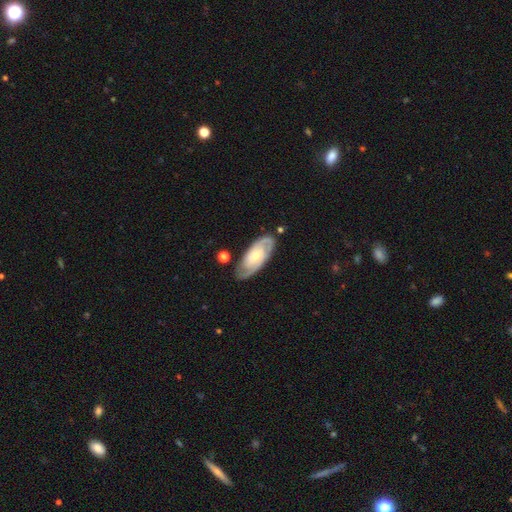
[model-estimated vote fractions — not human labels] A featured or disk galaxy (79%) with no bar (65%), 2 (71%) tight (60%) spiral arms (94%) and a small central bulge (48%).

Vote fractions:
- Smooth or featured? featured or disk: 79% / smooth: 16% / star or artifact: 5%
- Edge-on disk? no: 92% / yes: 8%
- Bar? no: 65% / weak: 27% / strong: 7%
- Spiral arms? yes: 94% / no: 6%
- Spiral winding? tight: 60% / medium: 33% / loose: 7%
- Spiral arm count? 2: 71% / can't tell: 15% / 3: 7% / 1: 3% / 4: 2% / more than 4: 2%
- Bulge size? small: 48% / moderate: 43% / large: 5% / none: 3% / dominant: 1%
- Merging? none: 79% / minor disturbance: 15% / major disturbance: 4% / merger: 2%